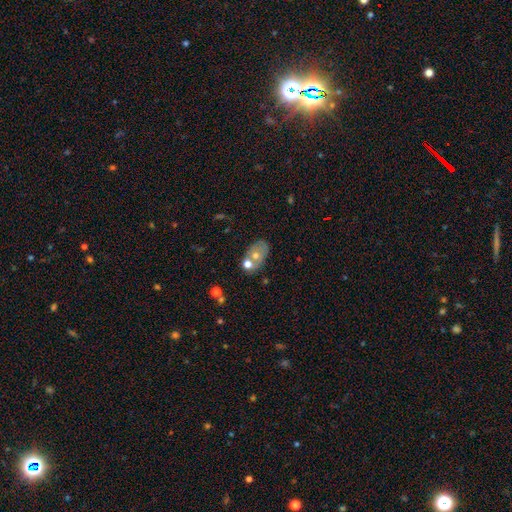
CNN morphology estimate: smooth 50%, featured or disk 36%, star or artifact 14%. Down the decision tree: how rounded — in between (81%); merging — none (52%).